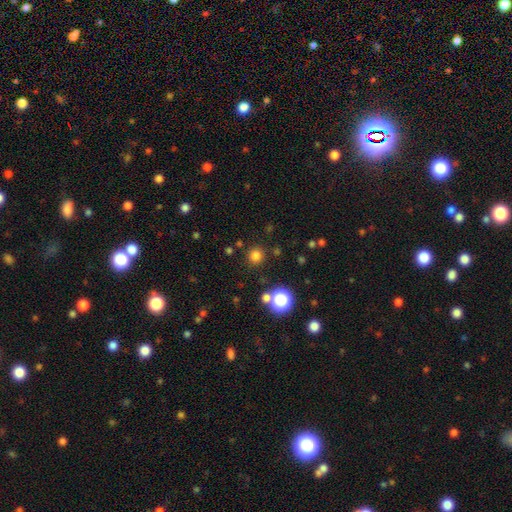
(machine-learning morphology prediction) This is likely a smooth galaxy (77%). How rounded: clearly round (94%). Merging: clearly none (87%).